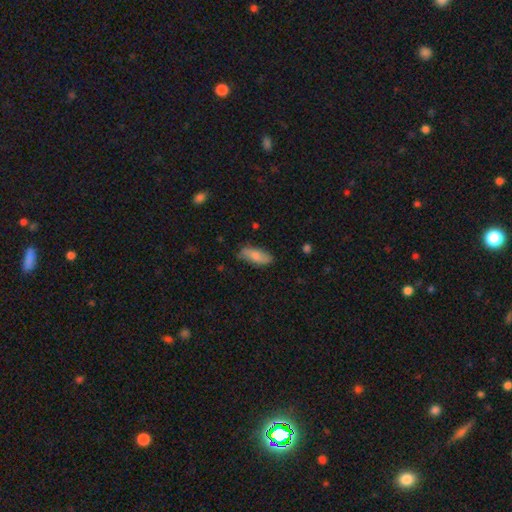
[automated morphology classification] This is likely a smooth galaxy (76%). How rounded: likely in between (76%). Merging: likely none (73%).